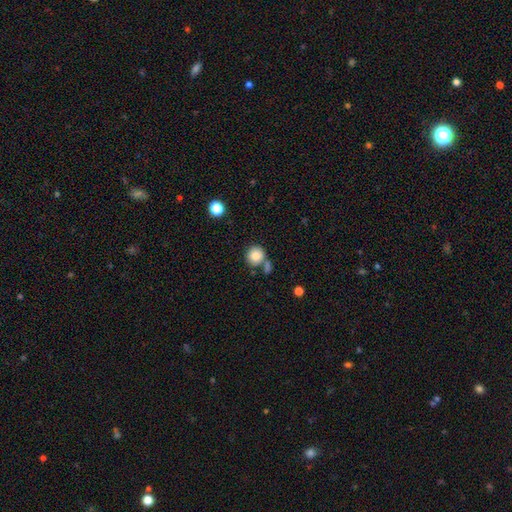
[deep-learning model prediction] A smooth galaxy with no disk features (83%) that is round (90%).

Vote fractions:
- Smooth or featured? smooth: 83% / star or artifact: 10% / featured or disk: 7%
- How rounded? round: 90% / in between: 9% / cigar-shaped: 1%
- Merging? none: 66% / merger: 20% / minor disturbance: 11% / major disturbance: 4%